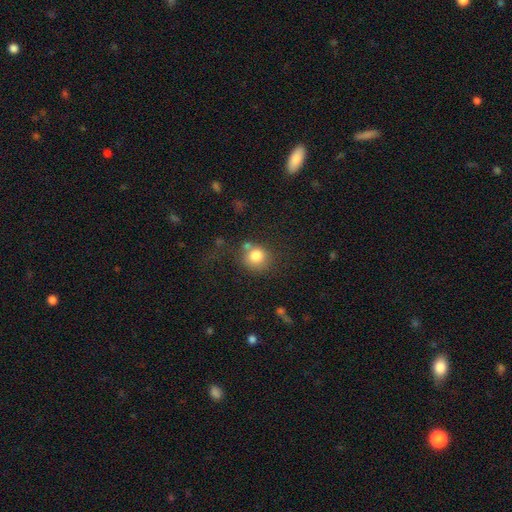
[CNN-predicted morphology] smooth_or_featured: smooth (p=0.80) [alt: star or artifact p=0.11]
how_rounded: round (p=0.86) [alt: in between p=0.13]
merging: none (p=0.64) [alt: minor disturbance p=0.15]